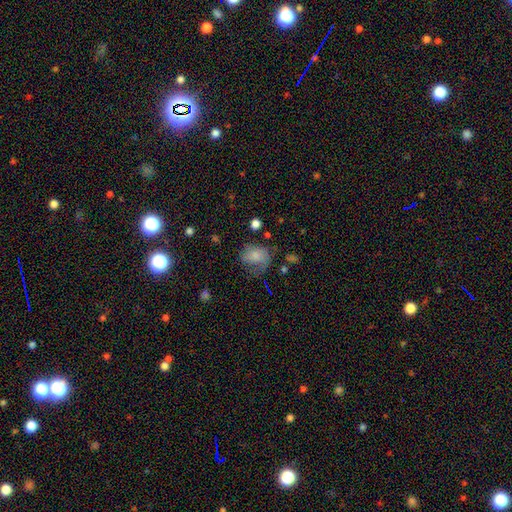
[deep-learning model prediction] Q: Smooth or featured?
A: smooth (72%); runner-up: featured or disk (18%)
Q: How rounded?
A: in between (50%); runner-up: round (49%)
Q: Merging?
A: none (40%); runner-up: minor disturbance (30%)